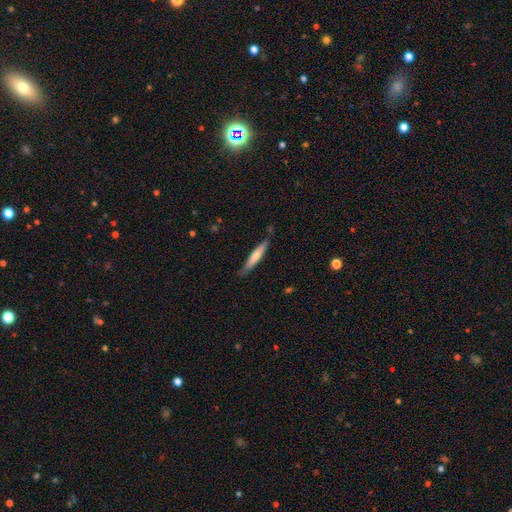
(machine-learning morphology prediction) Smooth or featured: smooth — 62% (featured or disk — 33%)
How rounded: cigar-shaped — 92% (in between — 7%)
Merging: none — 79% (minor disturbance — 17%)